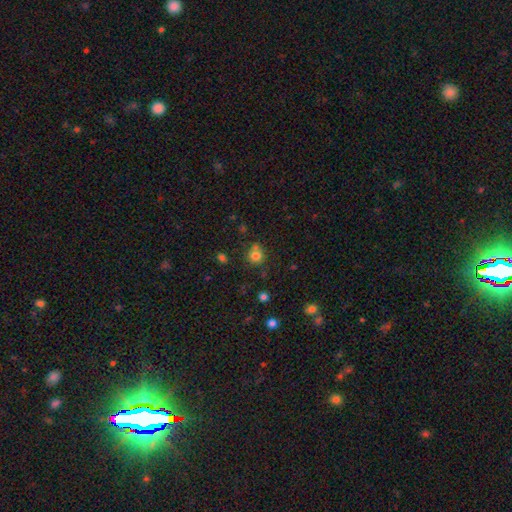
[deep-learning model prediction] A smooth galaxy with no disk features (78%) that is round (84%).

Vote fractions:
- Smooth or featured? smooth: 78% / star or artifact: 15% / featured or disk: 7%
- How rounded? round: 84% / in between: 15% / cigar-shaped: 1%
- Merging? none: 64% / minor disturbance: 16% / merger: 15% / major disturbance: 5%